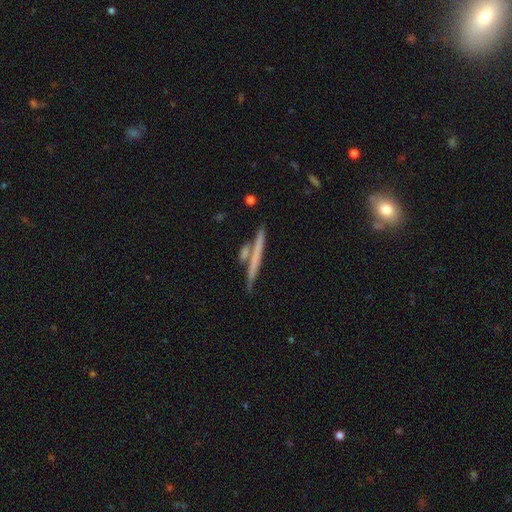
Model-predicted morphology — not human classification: This is possibly a featured or disk galaxy (49%). Merging: likely none (71%).